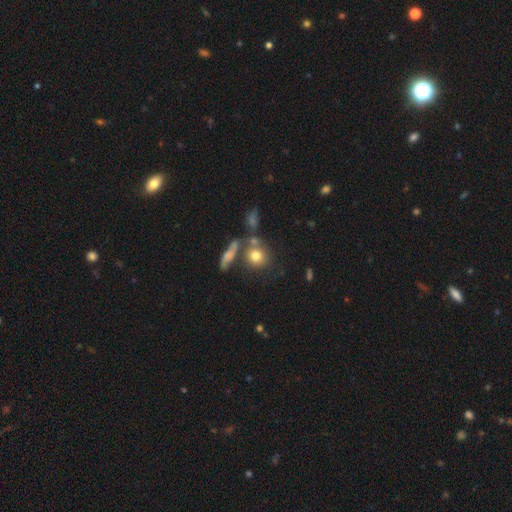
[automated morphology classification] type=smooth (73%); roundness=round (77%); merging=none (55%).